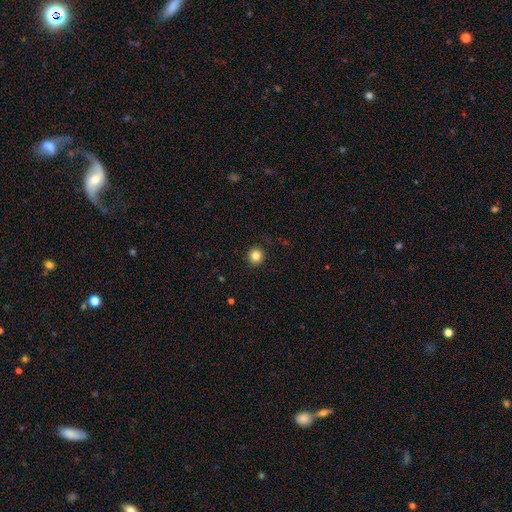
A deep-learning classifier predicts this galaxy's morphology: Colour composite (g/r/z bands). It shows a smooth galaxy with no disk features (83%) that is round (92%). Merging: none (91%).